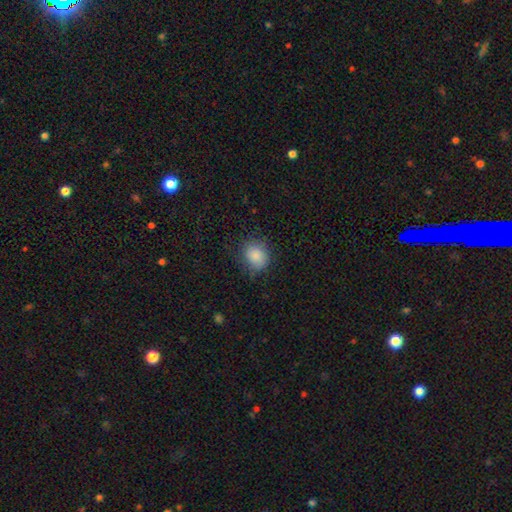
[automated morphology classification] smooth 86%, star or artifact 8%, featured or disk 6%. Down the decision tree: how rounded — round (64%); merging — none (75%).